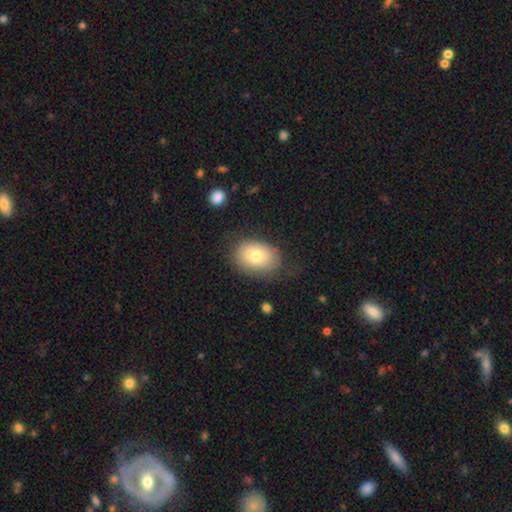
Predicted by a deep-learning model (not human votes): Overall: smooth (75%). How rounded: in between (74%). Merging: none (74%).